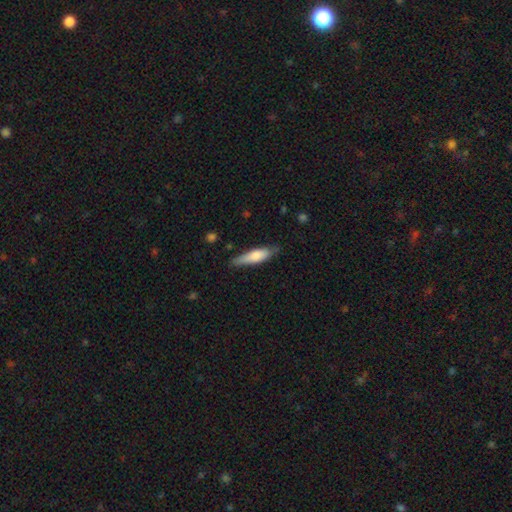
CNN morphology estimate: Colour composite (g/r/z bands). It shows a smooth galaxy with no disk features (70%) that is cigar-shaped (70%). Merging: none (76%).